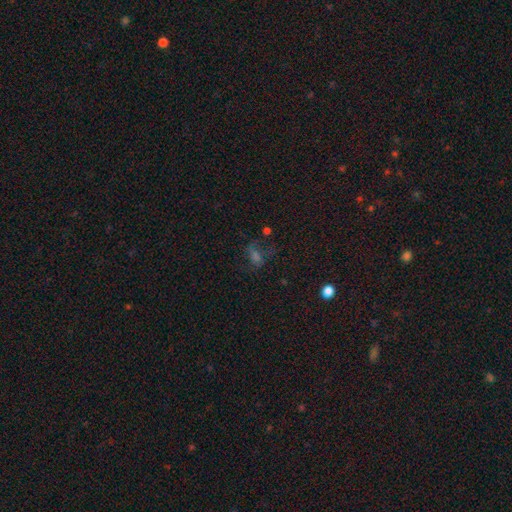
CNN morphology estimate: Smooth or featured: smooth — 37% (tied with star or artifact — 37%)
Merging: none — 49% (major disturbance — 26%)